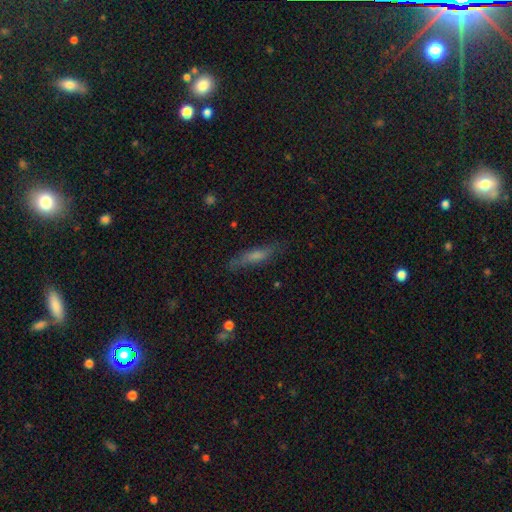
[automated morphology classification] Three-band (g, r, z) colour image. It shows a smooth galaxy with no disk features (50%). Merging: none (78%).